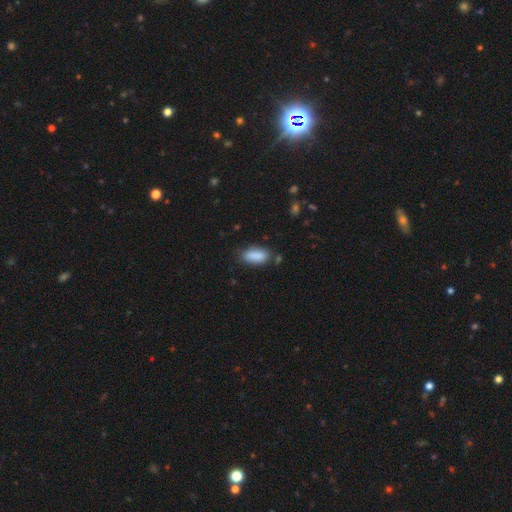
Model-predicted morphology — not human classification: Smooth or featured?
  - smooth: 88% *
  - star or artifact: 7%
  - featured or disk: 5%
How rounded?
  - in between: 83% *
  - cigar-shaped: 15%
  - round: 2%
Merging?
  - none: 77% *
  - minor disturbance: 16%
  - major disturbance: 4%
  - merger: 3%